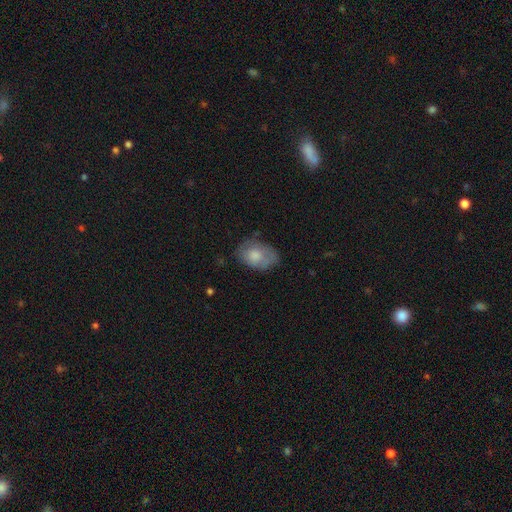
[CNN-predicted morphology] Overall: smooth (68%). How rounded: in between (81%). Merging: none (57%; minor disturbance 30%).